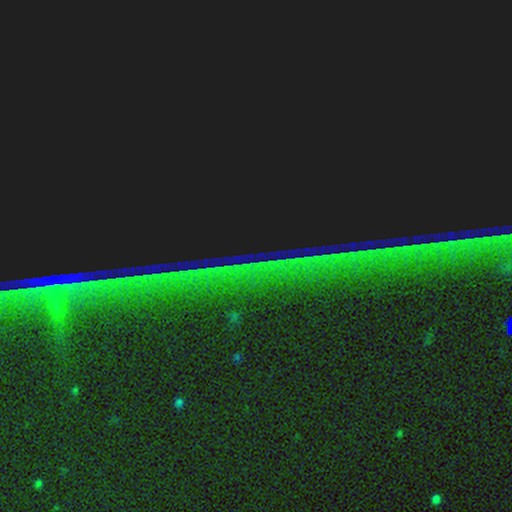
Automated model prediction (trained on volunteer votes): Morphology: type=star or artifact (87%).